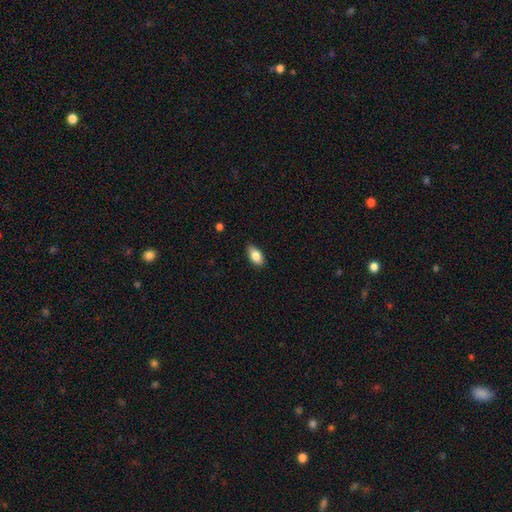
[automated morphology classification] Smooth or featured? smooth (83%)
How rounded? in between (91%)
Merging? none (83%)